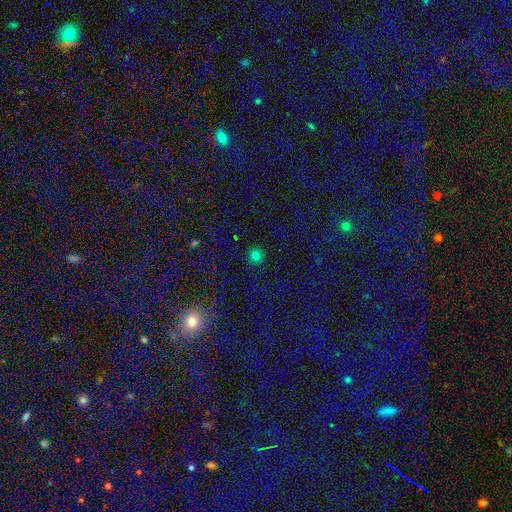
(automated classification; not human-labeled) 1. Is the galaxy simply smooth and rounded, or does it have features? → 77% smooth, 18% star or artifact, 5% featured or disk.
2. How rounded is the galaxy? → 94% round, 5% in between, 1% cigar-shaped.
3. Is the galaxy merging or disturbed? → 91% none, 6% minor disturbance, 2% major disturbance, 1% merger.